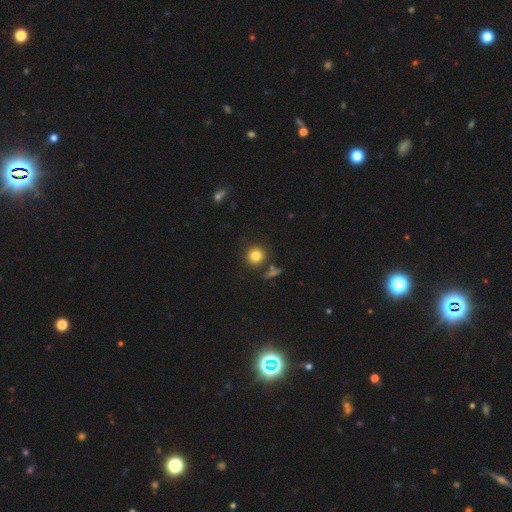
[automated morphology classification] Smooth or featured? smooth (81%)
How rounded? round (91%)
Merging? none (83%)